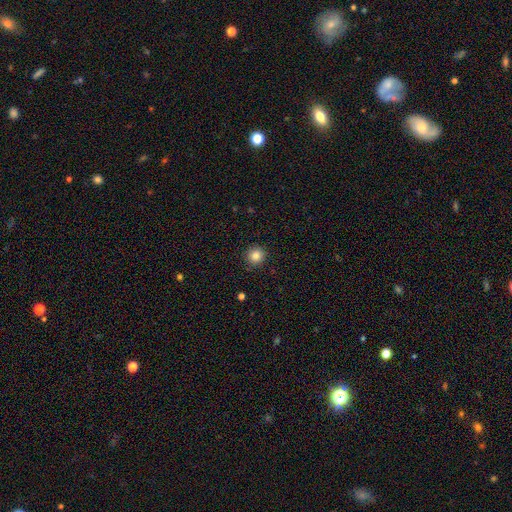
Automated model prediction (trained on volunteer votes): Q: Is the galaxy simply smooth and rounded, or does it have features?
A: smooth — 84%.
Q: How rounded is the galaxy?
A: round — 94%.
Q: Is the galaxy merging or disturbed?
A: none — 91%.